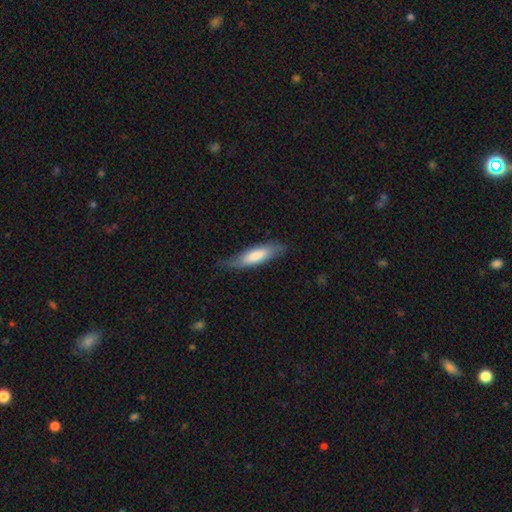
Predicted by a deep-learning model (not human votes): A smooth galaxy with no disk features (73%) that is cigar-shaped (55%).

Vote fractions:
- Smooth or featured? smooth: 73% / featured or disk: 22% / star or artifact: 5%
- How rounded? cigar-shaped: 55% / in between: 44% / round: 1%
- Merging? none: 70% / minor disturbance: 23% / major disturbance: 6% / merger: 1%